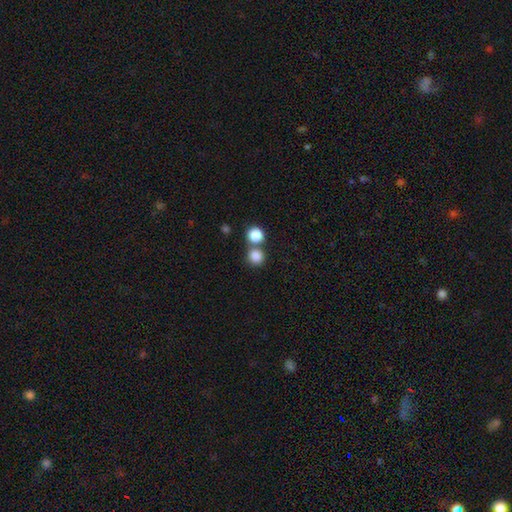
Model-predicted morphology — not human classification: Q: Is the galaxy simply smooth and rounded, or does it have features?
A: smooth — 84%.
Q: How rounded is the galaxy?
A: round — 89%.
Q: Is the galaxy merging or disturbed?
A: none — 58%.